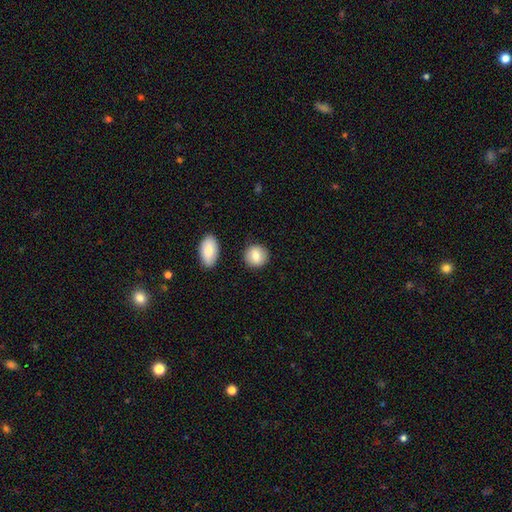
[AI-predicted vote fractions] smooth-or-featured: smooth: 81% | featured or disk: 11% | star or artifact: 7%
  how-rounded: round: 83% | in between: 16% | cigar-shaped: 1%
  merging: none: 85% | minor disturbance: 8% | merger: 4% | major disturbance: 2%